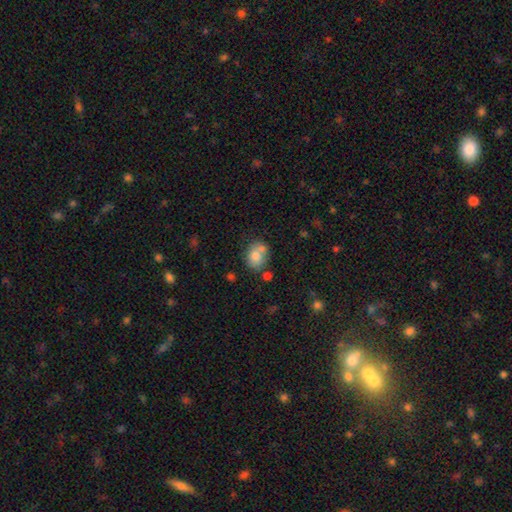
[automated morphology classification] Q: Smooth or featured?
A: smooth (74%); runner-up: featured or disk (16%)
Q: How rounded?
A: in between (50%); runner-up: round (49%)
Q: Merging?
A: none (48%); runner-up: merger (29%)